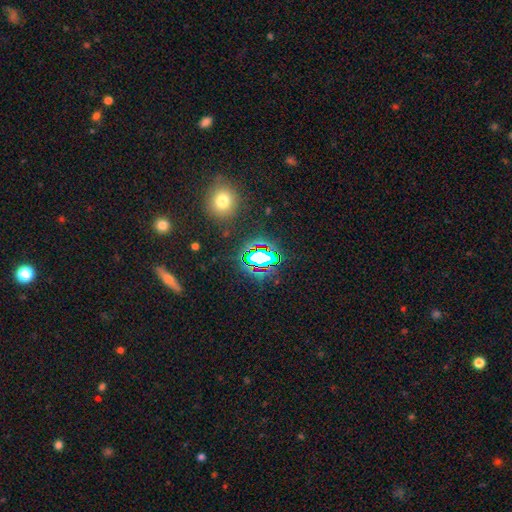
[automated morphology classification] The model was most divided on "smooth or featured": star or artifact: 66%, smooth: 23%, featured or disk: 10%.